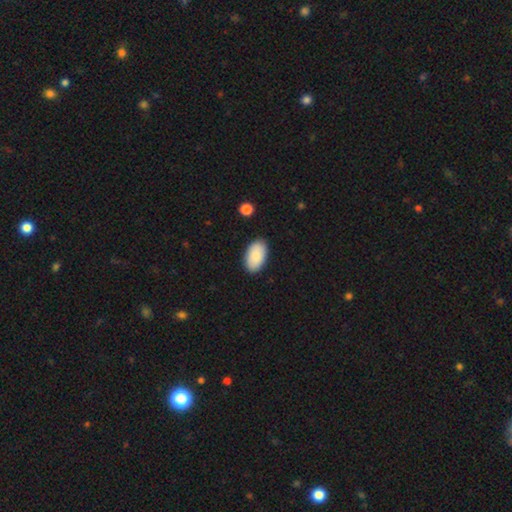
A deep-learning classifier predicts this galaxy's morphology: Overall: smooth (88%). How rounded: in between (96%). Merging: none (89%).